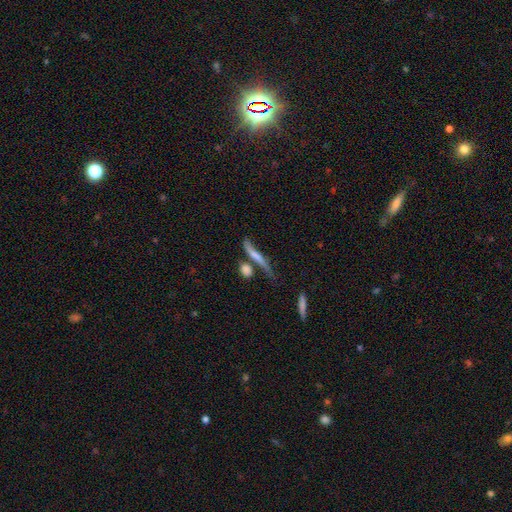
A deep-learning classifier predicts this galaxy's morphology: smooth_or_featured: smooth (p=0.55) [alt: featured or disk p=0.36]
how_rounded: cigar-shaped (p=0.80) [alt: in between p=0.15]
merging: none (p=0.45) [alt: merger p=0.25]